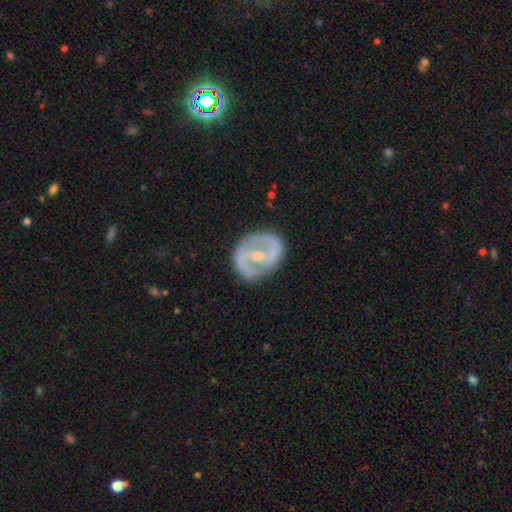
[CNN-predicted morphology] Smooth or featured?
  - featured or disk: 83% *
  - smooth: 12%
  - star or artifact: 5%
Edge-on disk?
  - no: 96% *
  - yes: 4%
Bar?
  - strong: 51% *
  - weak: 31%
  - no: 18%
Spiral arms?
  - yes: 72% *
  - no: 28%
Spiral winding?
  - medium: 44% *
  - tight: 30%
  - loose: 26%
Spiral arm count?
  - 2: 85% *
  - can't tell: 8%
  - 1: 4%
  - 3: 1%
  - 4: 1%
  - more than 4: 1%
Bulge size?
  - small: 61% *
  - moderate: 35%
  - none: 2%
  - large: 1%
  - dominant: 1%
Merging?
  - none: 80% *
  - minor disturbance: 13%
  - major disturbance: 5%
  - merger: 1%